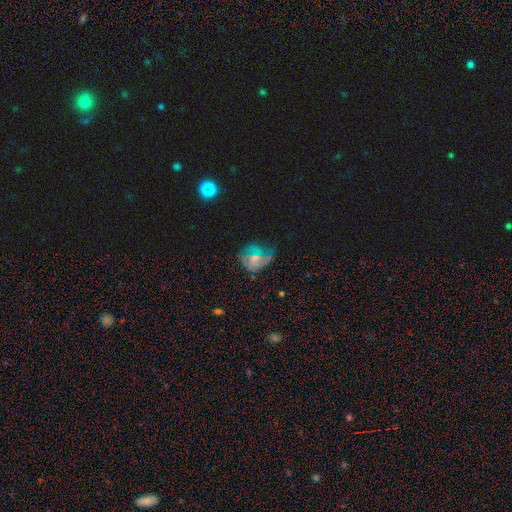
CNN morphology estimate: Smooth or featured? featured or disk (56%)
Edge-on disk? no (97%)
Bar? no (48%)
Spiral arms? yes (76%)
Bulge size? small (55%)
Merging? none (54%)